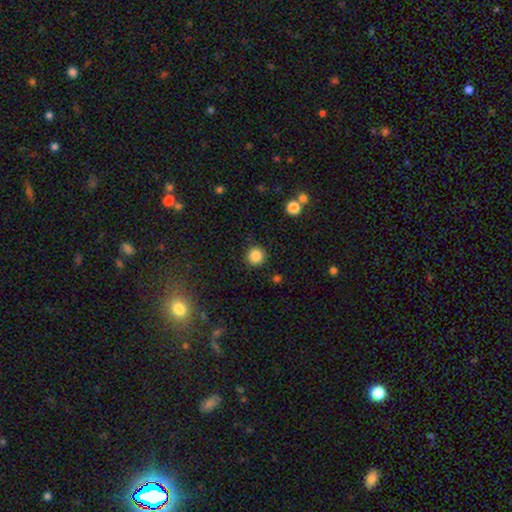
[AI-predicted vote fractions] Smooth or featured? Predicted: smooth (p=0.86). How rounded? Predicted: round (p=0.93). Merging? Predicted: none (p=0.91).